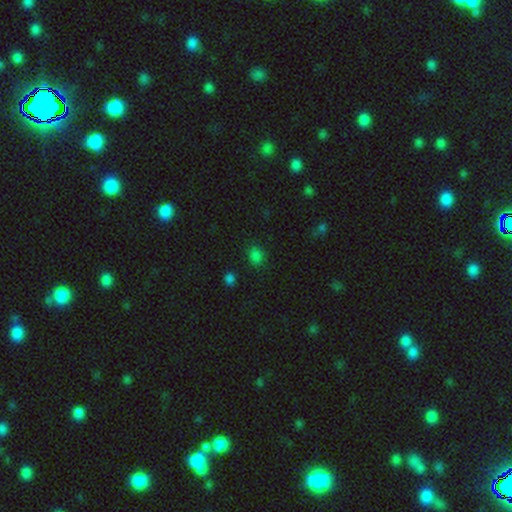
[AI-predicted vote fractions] A smooth galaxy with no disk features (77%) that is round (53%).

Vote fractions:
- Smooth or featured? smooth: 77% / star or artifact: 19% / featured or disk: 4%
- How rounded? round: 53% / in between: 46% / cigar-shaped: 1%
- Merging? none: 83% / minor disturbance: 11% / major disturbance: 3% / merger: 2%